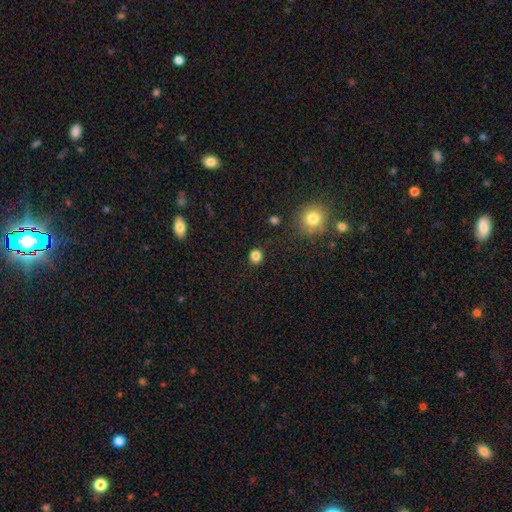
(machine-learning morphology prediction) The model was most divided on "how rounded": round: 82%, in between: 17%, cigar-shaped: 1%. More confident: merging — none (88%); smooth or featured — smooth (84%).